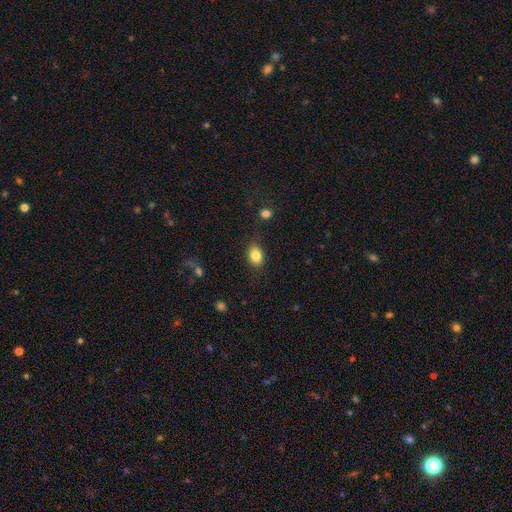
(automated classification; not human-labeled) Smooth or featured? Predicted: smooth (p=0.83). How rounded? Predicted: in between (p=0.72). Merging? Predicted: none (p=0.80).